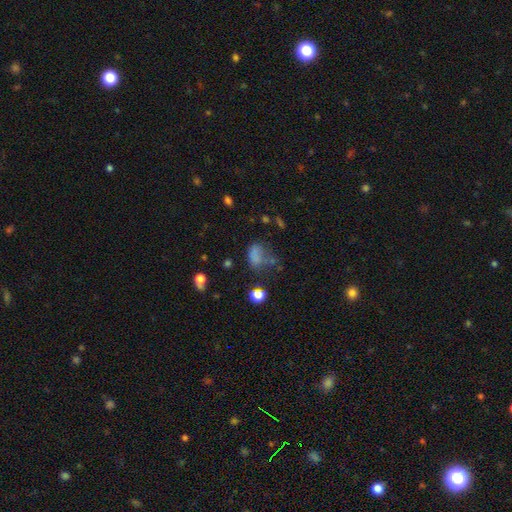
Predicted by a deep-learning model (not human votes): Smooth or featured? smooth (67%)
How rounded? in between (77%)
Merging? none (37%)